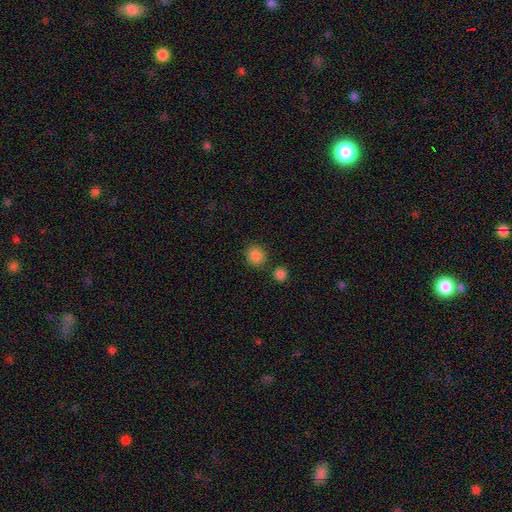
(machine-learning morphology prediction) A smooth galaxy with no disk features (86%) that is round (83%).

Vote fractions:
- Smooth or featured? smooth: 86% / star or artifact: 10% / featured or disk: 4%
- How rounded? round: 83% / in between: 17% / cigar-shaped: 1%
- Merging? none: 81% / minor disturbance: 8% / merger: 8% / major disturbance: 3%